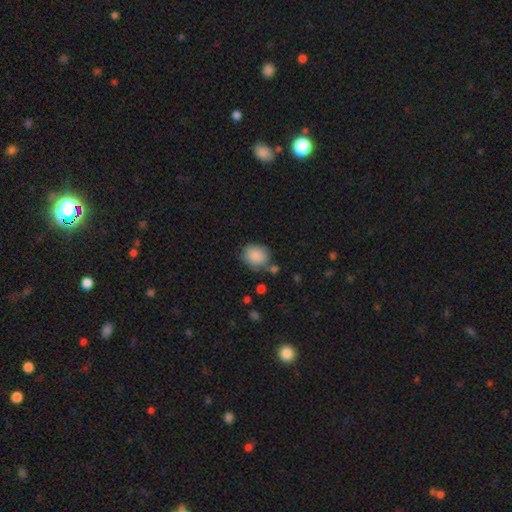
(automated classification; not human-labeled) This is clearly a smooth galaxy (88%). How rounded: likely round (60%). Merging: likely none (68%).